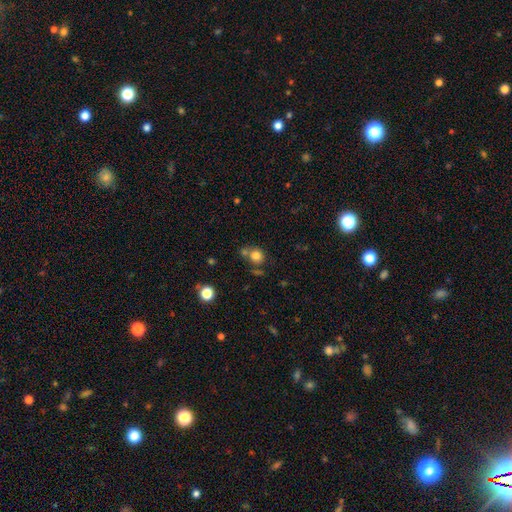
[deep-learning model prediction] The model was most divided on "merging": none: 57%, merger: 26%, minor disturbance: 12%, major disturbance: 5%. More confident: how rounded — round (81%); smooth or featured — smooth (80%).